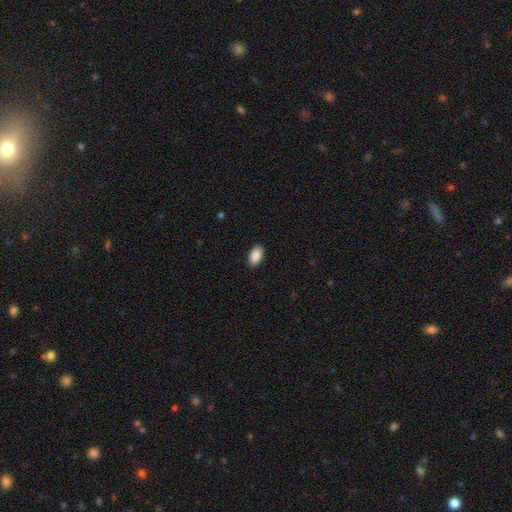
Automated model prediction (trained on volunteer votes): This appears to be a smooth galaxy with no disk features (89%) that is in between round and cigar-shaped (95%). Merging: none (90%).